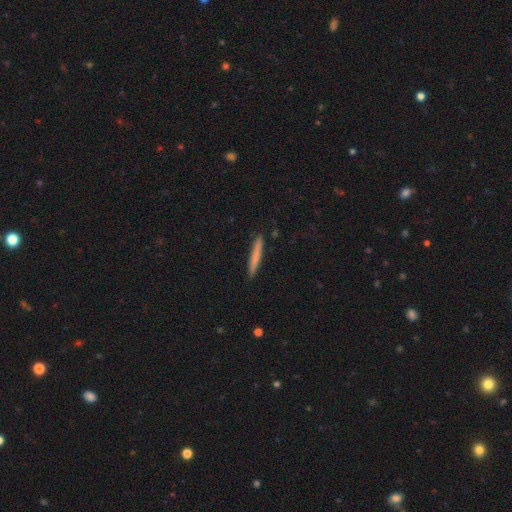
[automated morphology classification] smooth-or-featured: smooth: 73% | featured or disk: 22% | star or artifact: 6%
  how-rounded: cigar-shaped: 97% | in between: 2% | round: 1%
  merging: none: 91% | minor disturbance: 7% | major disturbance: 1% | merger: 1%